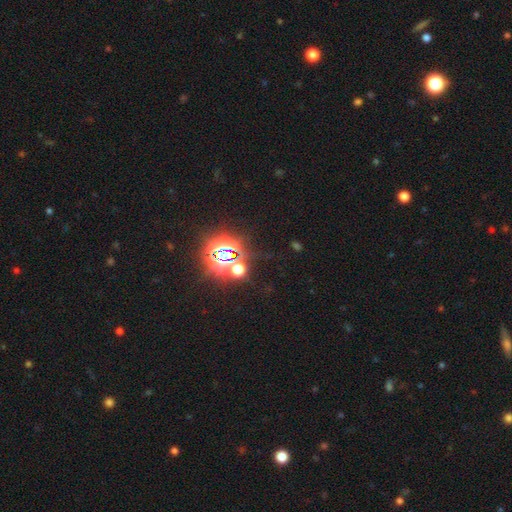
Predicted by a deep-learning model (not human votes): A star or artifact, not a galaxy (81%).

Vote fractions:
- Smooth or featured? star or artifact: 81% / smooth: 12% / featured or disk: 7%